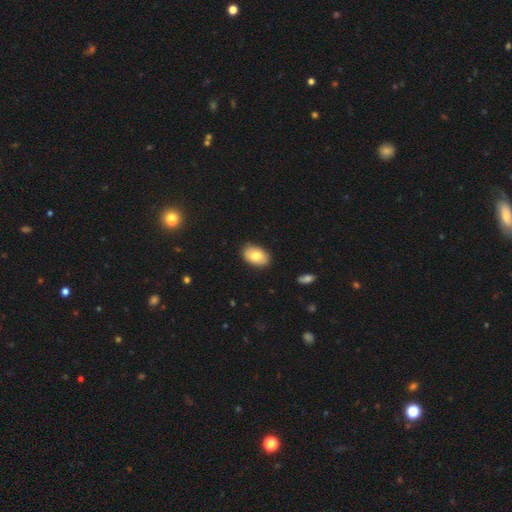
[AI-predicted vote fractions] Overall: smooth (79%). How rounded: in between (90%). Merging: none (85%).